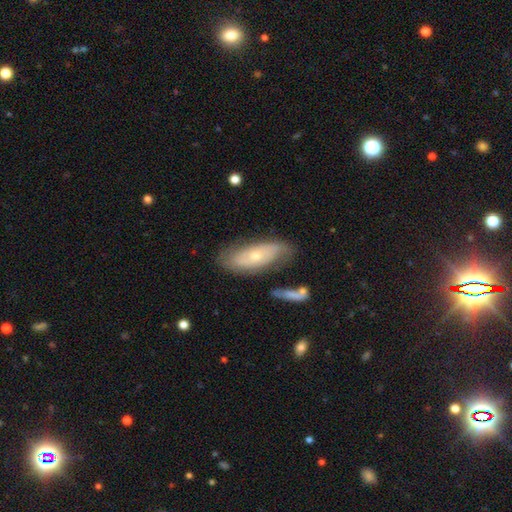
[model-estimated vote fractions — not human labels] Smooth or featured? Predicted: featured or disk (p=0.57). Edge-on disk? Predicted: no (p=0.81). Merging? Predicted: none (p=0.63).